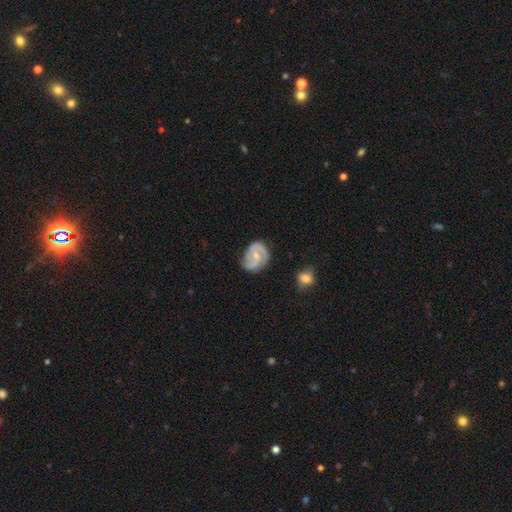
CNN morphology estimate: Q: Smooth or featured?
A: featured or disk (80%); runner-up: smooth (15%)
Q: Edge-on disk?
A: no (98%); runner-up: yes (2%)
Q: Bar?
A: no (46%); runner-up: weak (44%)
Q: Spiral arms?
A: yes (94%); runner-up: no (6%)
Q: Spiral winding?
A: medium (47%); runner-up: tight (37%)
Q: Spiral arm count?
A: 2 (80%); runner-up: can't tell (7%)
Q: Bulge size?
A: small (50%); runner-up: moderate (44%)
Q: Merging?
A: none (65%); runner-up: minor disturbance (25%)